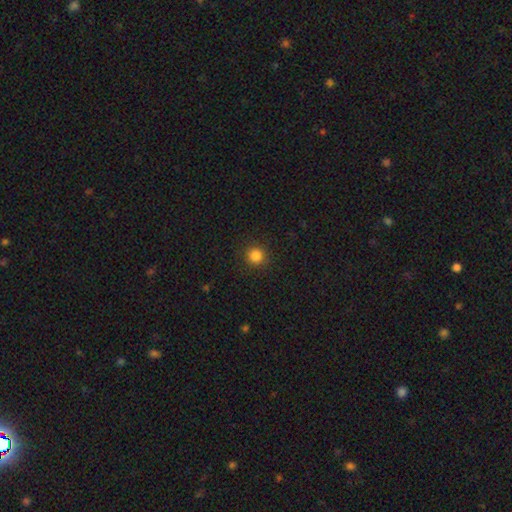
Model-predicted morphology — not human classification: smooth-or-featured: smooth: 84% | star or artifact: 12% | featured or disk: 4%
  how-rounded: round: 95% | in between: 5% | cigar-shaped: 1%
  merging: none: 91% | minor disturbance: 6% | major disturbance: 2% | merger: 1%